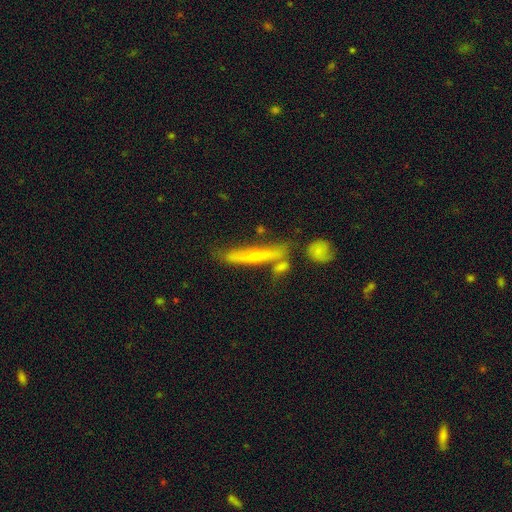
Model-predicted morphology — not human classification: featured or disk 62%, smooth 30%, star or artifact 8%. Down the decision tree: edge-on disk — yes (89%); edge-on bulge — rounded (75%); merging — none (66%).